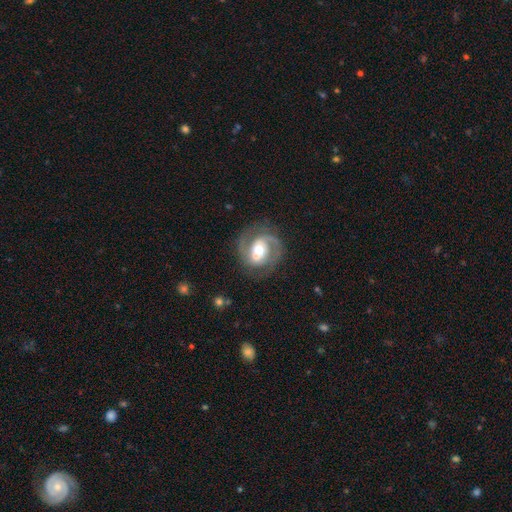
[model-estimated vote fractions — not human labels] featured or disk 84%, smooth 11%, star or artifact 6%. Down the decision tree: edge-on disk — no (97%); bar — weak (36%, tied with no); spiral arms — yes (92%); spiral arm count — 2 (84%); spiral winding — medium (48%); bulge size — moderate (68%); merging — none (71%).